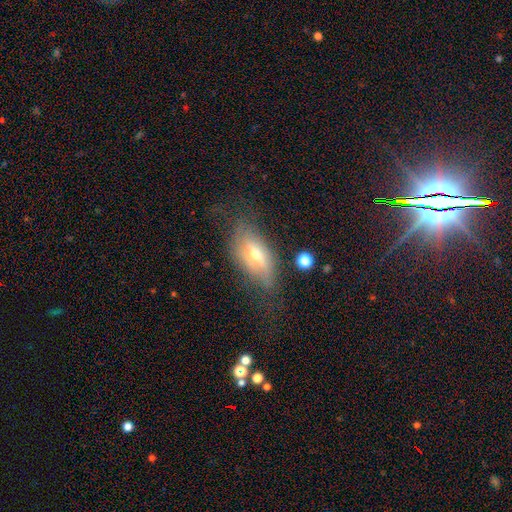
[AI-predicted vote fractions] Morphology: type=featured or disk (49%); merging=none (58%).